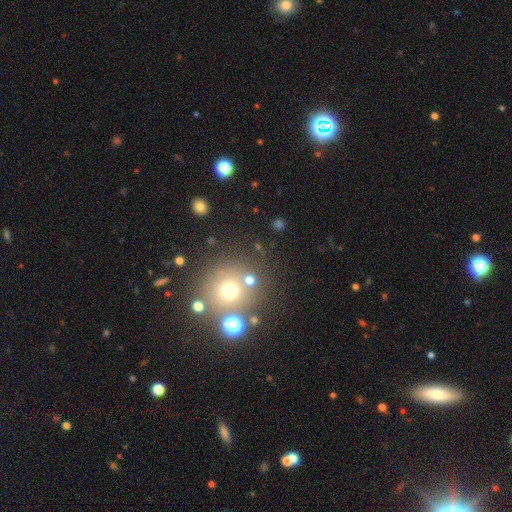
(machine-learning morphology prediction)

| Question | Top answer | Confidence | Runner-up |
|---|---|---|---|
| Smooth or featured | smooth | 46% | star or artifact (41%) |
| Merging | none | 68% | merger (19%) |